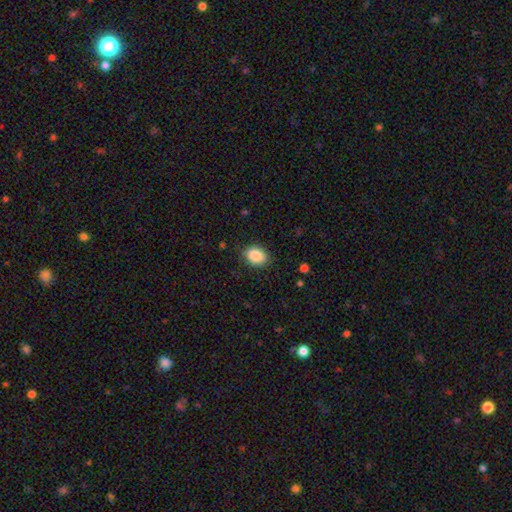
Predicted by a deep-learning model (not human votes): The model was most divided on "how rounded": in between: 69%, round: 30%, cigar-shaped: 1%. More confident: smooth or featured — smooth (88%); merging — none (84%).